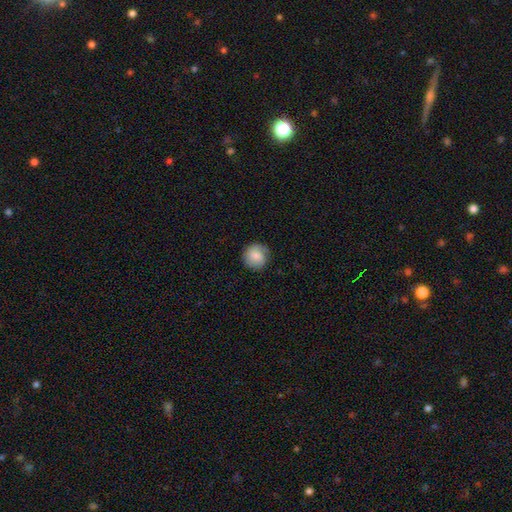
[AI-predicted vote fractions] Overall: smooth (75%). How rounded: round (91%). Merging: none (77%).